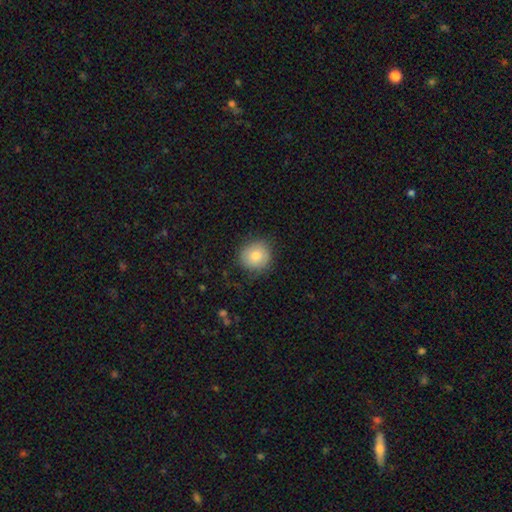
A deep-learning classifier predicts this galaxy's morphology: Overall: smooth (80%). How rounded: round (87%). Merging: none (78%).